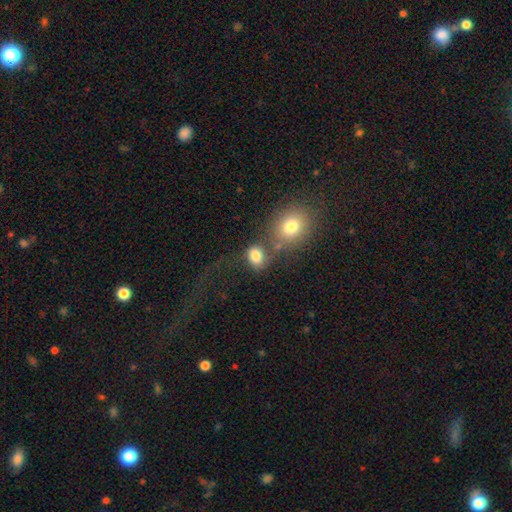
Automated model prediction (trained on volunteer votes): This appears to be a smooth galaxy with no disk features (79%) that is in between round and cigar-shaped (52%). Merging: none (39%).